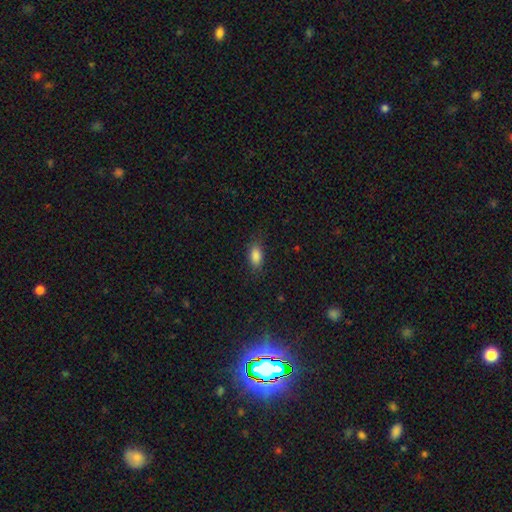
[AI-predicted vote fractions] A smooth galaxy with no disk features (86%) that is in between round and cigar-shaped (88%).

Vote fractions:
- Smooth or featured? smooth: 86% / star or artifact: 9% / featured or disk: 5%
- How rounded? in between: 88% / round: 7% / cigar-shaped: 5%
- Merging? none: 82% / minor disturbance: 13% / major disturbance: 4% / merger: 1%